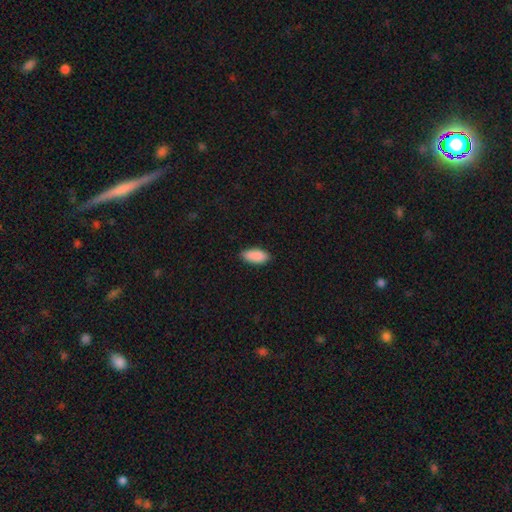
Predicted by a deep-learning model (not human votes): Smooth or featured? Predicted: smooth (p=0.90). How rounded? Predicted: in between (p=0.89). Merging? Predicted: none (p=0.85).